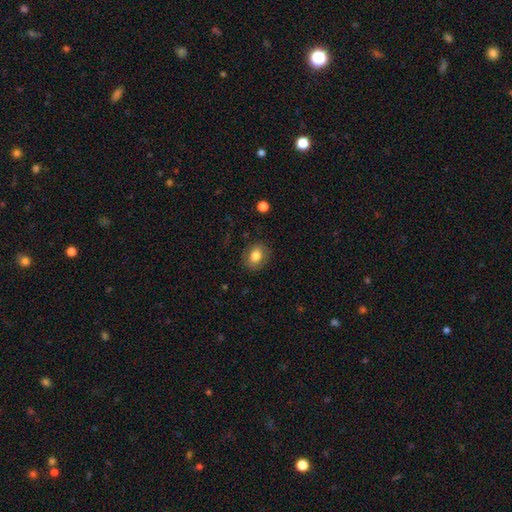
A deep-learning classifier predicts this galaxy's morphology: A smooth galaxy with no disk features (78%) that is in between round and cigar-shaped (56%).

Vote fractions:
- Smooth or featured? smooth: 78% / featured or disk: 14% / star or artifact: 8%
- How rounded? in between: 56% / round: 43% / cigar-shaped: 1%
- Merging? none: 83% / minor disturbance: 12% / major disturbance: 4% / merger: 1%